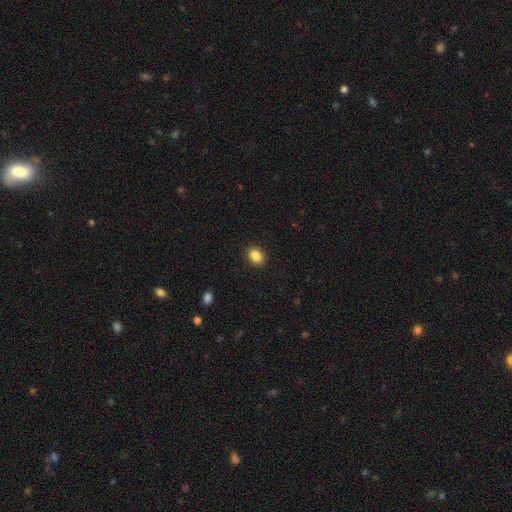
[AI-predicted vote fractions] smooth_or_featured: smooth (p=0.87) [alt: star or artifact p=0.09]
how_rounded: in between (p=0.69) [alt: round p=0.30]
merging: none (p=0.91) [alt: minor disturbance p=0.07]